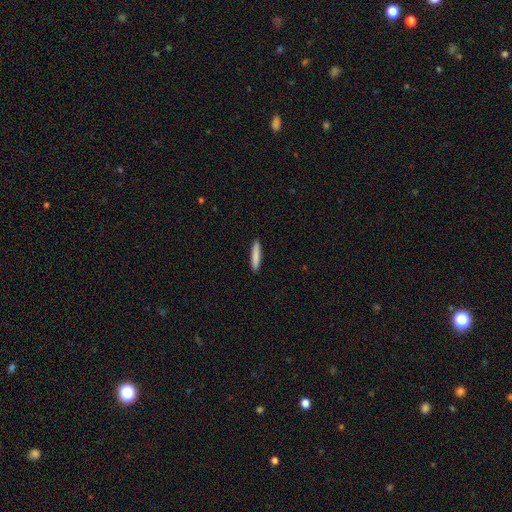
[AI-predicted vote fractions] A smooth galaxy with no disk features (85%) that is cigar-shaped (91%).

Vote fractions:
- Smooth or featured? smooth: 85% / featured or disk: 10% / star or artifact: 6%
- How rounded? cigar-shaped: 91% / in between: 7% / round: 1%
- Merging? none: 92% / minor disturbance: 6% / major disturbance: 1% / merger: 1%